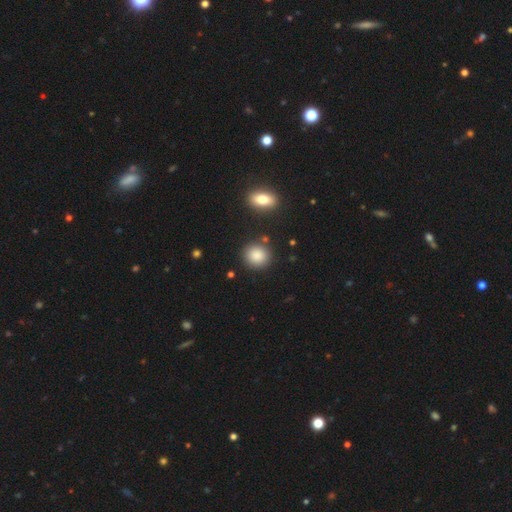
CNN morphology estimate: Smooth or featured? smooth (87%)
How rounded? round (84%)
Merging? none (85%)